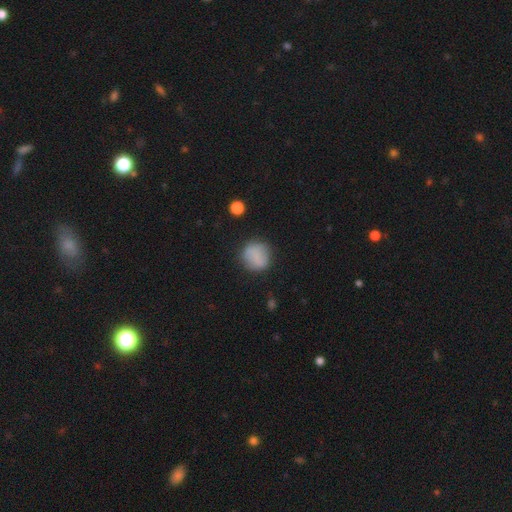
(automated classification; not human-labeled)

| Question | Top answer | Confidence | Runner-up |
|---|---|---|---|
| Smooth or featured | smooth | 80% | featured or disk (11%) |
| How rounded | round | 87% | in between (12%) |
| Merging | none | 79% | minor disturbance (14%) |